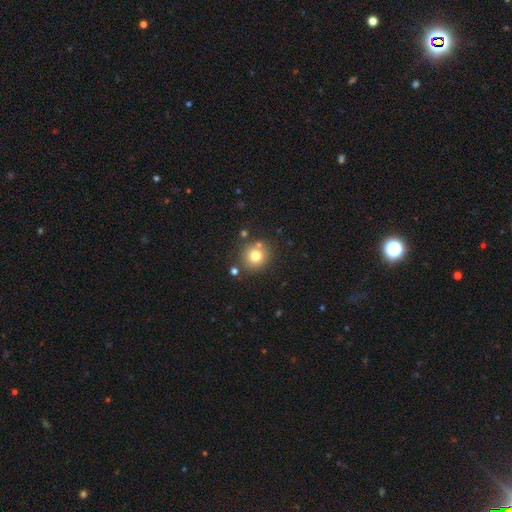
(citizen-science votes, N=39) smooth-or-featured: smooth: 79% | featured or disk: 13% | star or artifact: 8%
  how-rounded: round: 84% | in between: 16% | cigar-shaped: 0%
  merging: none: 83% | minor disturbance: 11% | major disturbance: 3% | merger: 3%